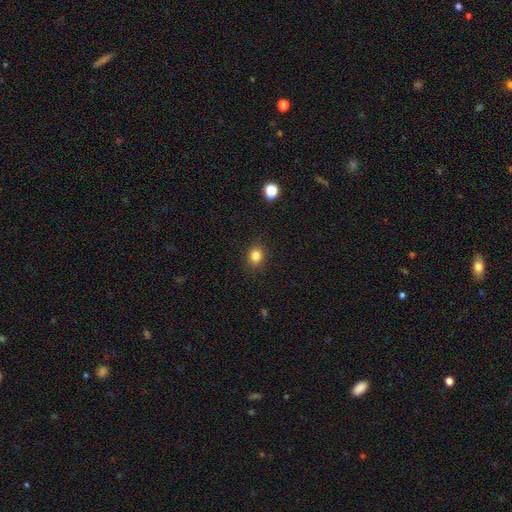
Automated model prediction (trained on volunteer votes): A smooth galaxy with no disk features (83%) that is round (67%). Merging: none (88%).